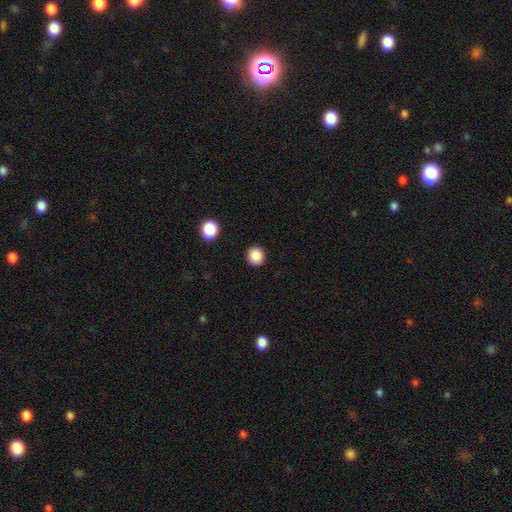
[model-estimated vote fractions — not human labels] smooth_or_featured: smooth (p=0.87) [alt: star or artifact p=0.10]
how_rounded: round (p=0.90) [alt: in between p=0.09]
merging: none (p=0.92) [alt: minor disturbance p=0.05]